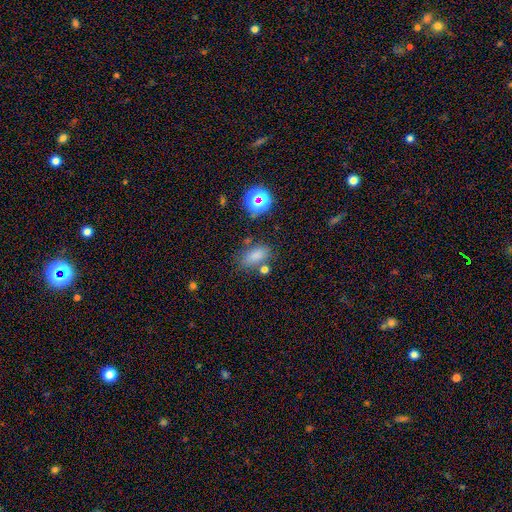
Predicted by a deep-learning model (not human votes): This appears to be a smooth galaxy with no disk features (76%) that is in between round and cigar-shaped (84%). Merging: none (69%).